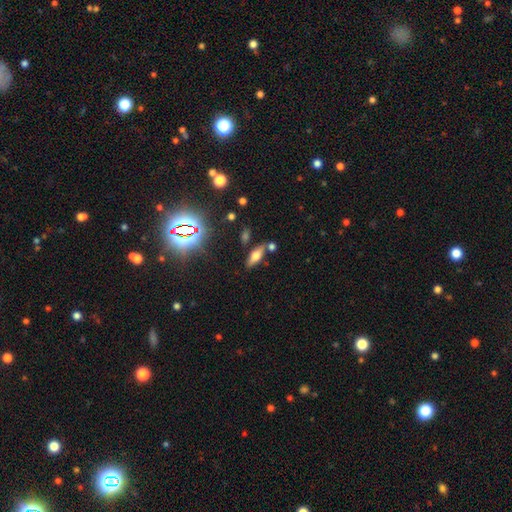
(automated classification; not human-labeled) Smooth or featured? smooth (48%)
Merging? none (73%)